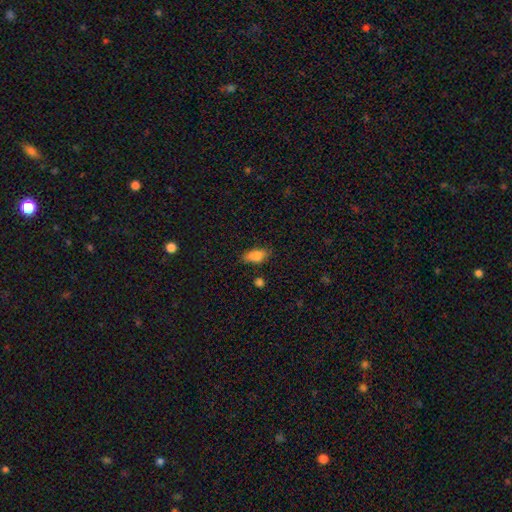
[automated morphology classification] type=smooth (84%); roundness=in between (86%); merging=none (70%).